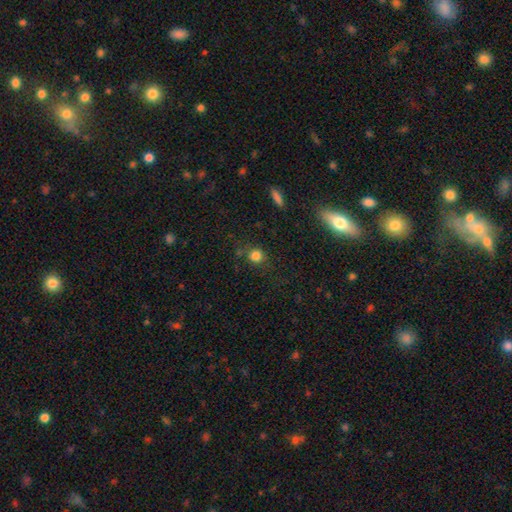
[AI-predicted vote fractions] Smooth or featured? smooth (81%)
How rounded? round (87%)
Merging? none (76%)